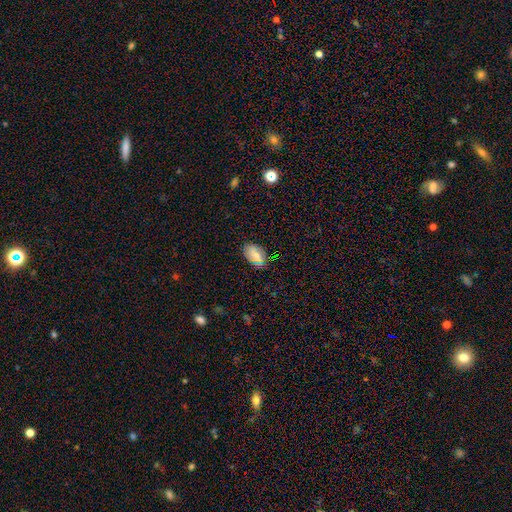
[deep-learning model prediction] smooth-or-featured: smooth: 75% | featured or disk: 15% | star or artifact: 11%
  how-rounded: in between: 92% | round: 6% | cigar-shaped: 2%
  merging: none: 80% | minor disturbance: 15% | major disturbance: 3% | merger: 2%